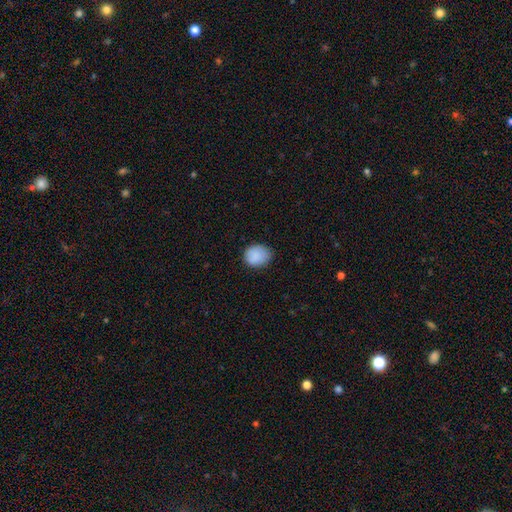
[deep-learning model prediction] Smooth or featured: smooth — 88% (star or artifact — 8%)
How rounded: round — 63% (in between — 36%)
Merging: none — 71% (minor disturbance — 24%)